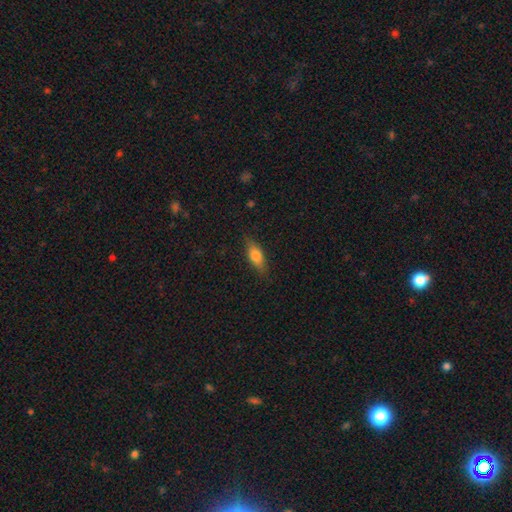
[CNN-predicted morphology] smooth-or-featured: smooth: 69% | featured or disk: 24% | star or artifact: 7%
  how-rounded: in between: 65% | cigar-shaped: 31% | round: 4%
  merging: none: 83% | minor disturbance: 13% | major disturbance: 3% | merger: 1%